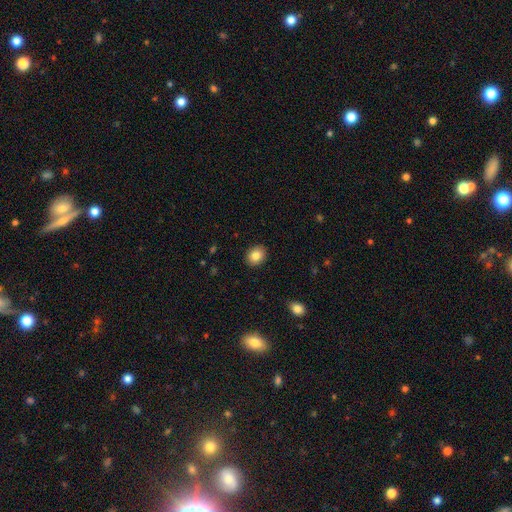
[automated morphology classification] Smooth or featured?
  - smooth: 85% *
  - star or artifact: 9%
  - featured or disk: 7%
How rounded?
  - round: 59% *
  - in between: 40%
  - cigar-shaped: 1%
Merging?
  - none: 91% *
  - minor disturbance: 7%
  - major disturbance: 2%
  - merger: 1%